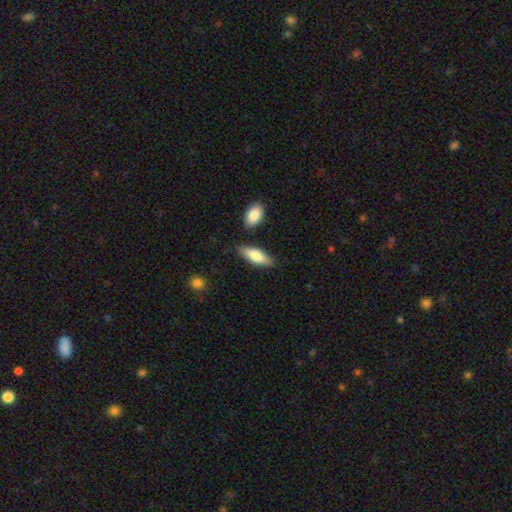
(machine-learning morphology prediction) type=smooth (79%); roundness=in between (66%); merging=none (79%).